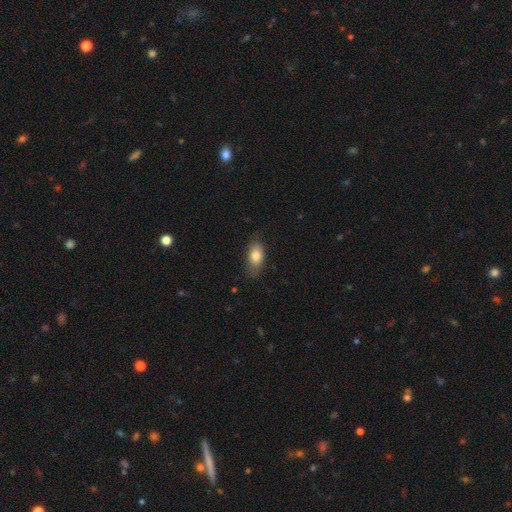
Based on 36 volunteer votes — smooth_or_featured: smooth (p=0.83) [alt: featured or disk p=0.17]
how_rounded: in between (p=0.90) [alt: cigar-shaped p=0.10]
merging: none (p=0.61) [alt: minor disturbance p=0.28]